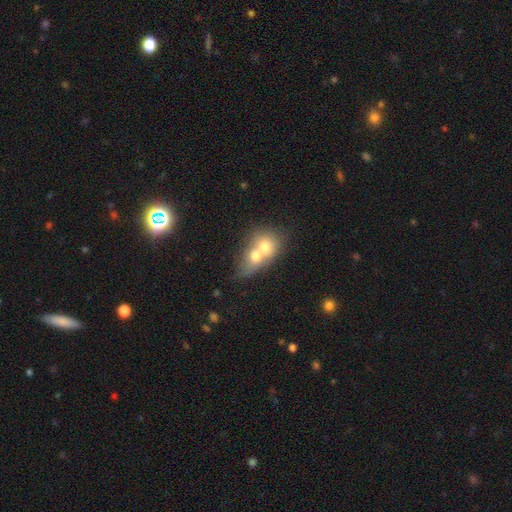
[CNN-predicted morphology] A smooth galaxy with no disk features (66%) that is in between round and cigar-shaped (51%).

Vote fractions:
- Smooth or featured? smooth: 66% / featured or disk: 26% / star or artifact: 8%
- How rounded? in between: 51% / round: 47% / cigar-shaped: 2%
- Merging? merger: 79% / none: 13% / minor disturbance: 5% / major disturbance: 3%